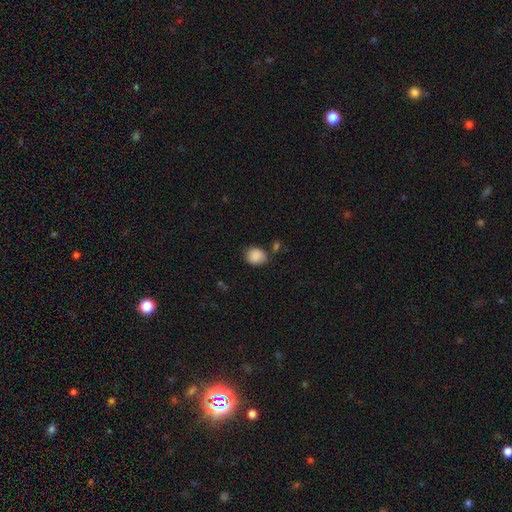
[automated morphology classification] Smooth or featured? smooth (88%)
How rounded? round (57%)
Merging? none (72%)